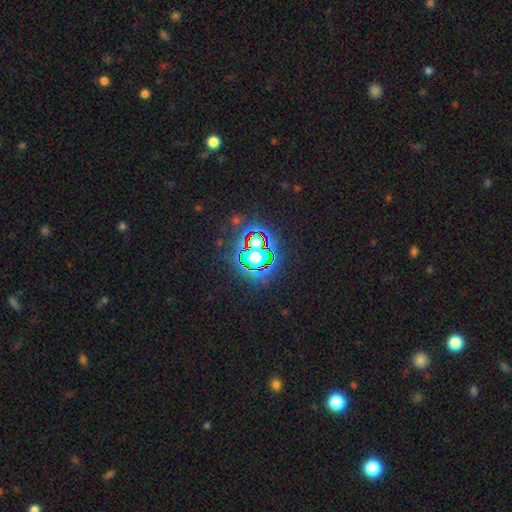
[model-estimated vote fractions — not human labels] Overall: star or artifact (81%).